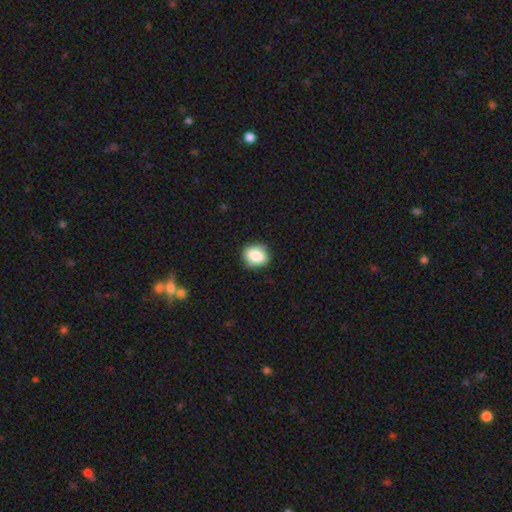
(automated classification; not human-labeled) This is clearly a smooth galaxy (84%). How rounded: possibly round (56%). Merging: clearly none (87%).